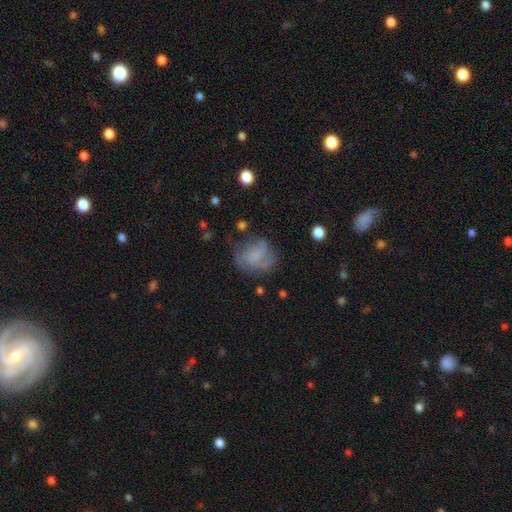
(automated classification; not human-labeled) Overall: featured or disk (45%; smooth 43%). Merging: none (49%; minor disturbance 25%).